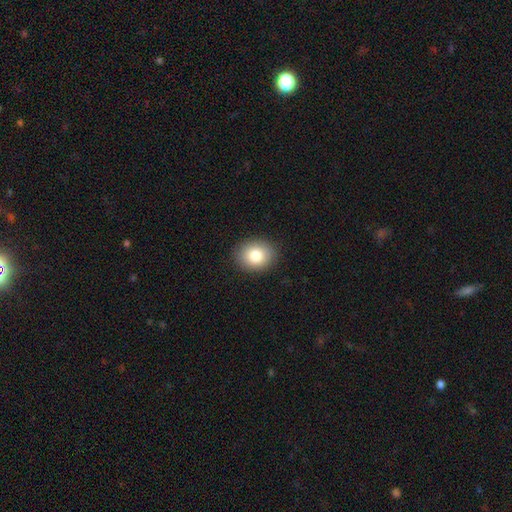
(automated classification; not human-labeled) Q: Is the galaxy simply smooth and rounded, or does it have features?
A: smooth — 83%.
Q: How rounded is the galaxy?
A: round — 52%.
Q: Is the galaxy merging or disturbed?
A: none — 90%.